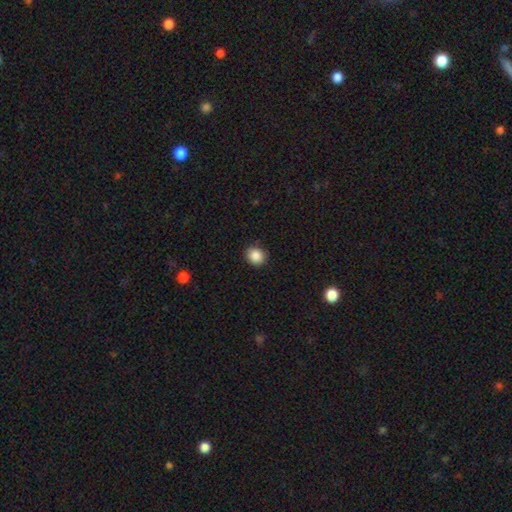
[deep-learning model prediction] Overall: smooth (88%). How rounded: round (74%). Merging: none (88%).